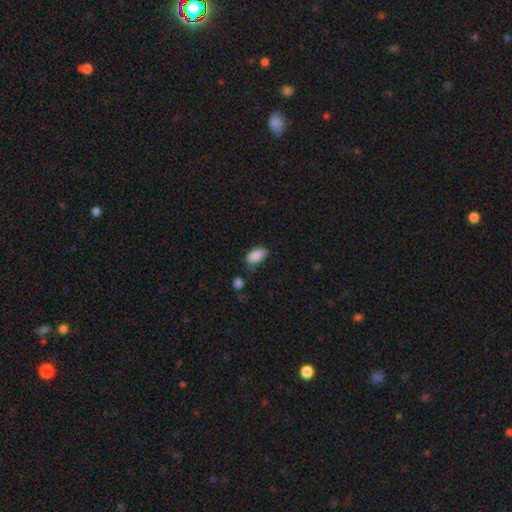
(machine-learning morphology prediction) A smooth galaxy with no disk features (88%) that is in between round and cigar-shaped (93%).

Vote fractions:
- Smooth or featured? smooth: 88% / star or artifact: 8% / featured or disk: 4%
- How rounded? in between: 93% / cigar-shaped: 4% / round: 3%
- Merging? none: 65% / minor disturbance: 25% / major disturbance: 6% / merger: 4%